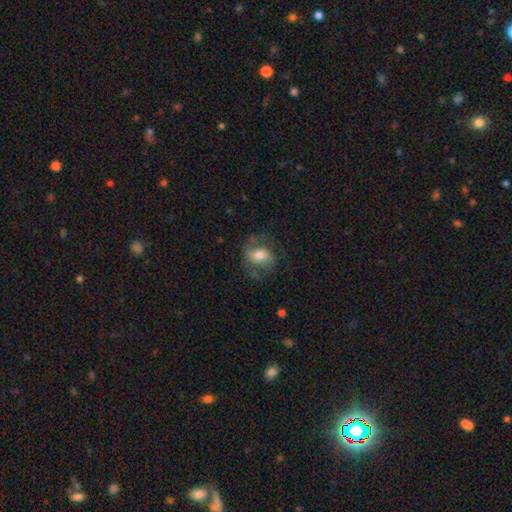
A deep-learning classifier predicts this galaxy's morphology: Q: Smooth or featured?
A: smooth (48%); runner-up: featured or disk (43%)
Q: Merging?
A: none (59%); runner-up: minor disturbance (21%)